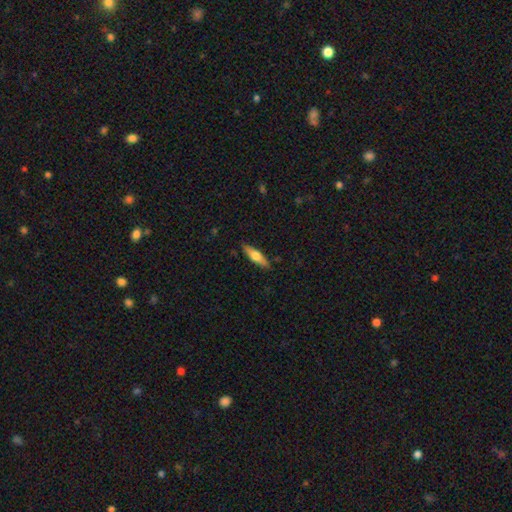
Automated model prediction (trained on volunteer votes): smooth 53%, featured or disk 41%, star or artifact 6%. Down the decision tree: how rounded — cigar-shaped (65%); merging — none (87%).